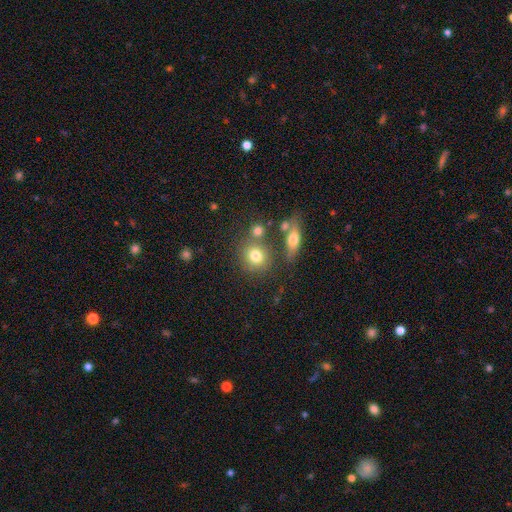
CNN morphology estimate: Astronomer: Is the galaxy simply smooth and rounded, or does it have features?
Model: smooth — 77%.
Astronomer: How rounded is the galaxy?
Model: round — 79%.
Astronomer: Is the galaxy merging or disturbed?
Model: none — 65%.